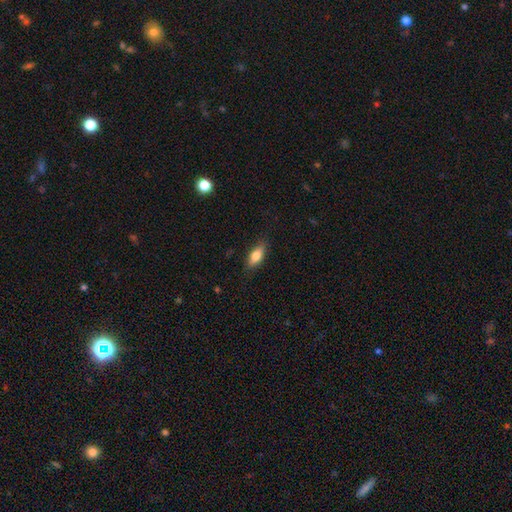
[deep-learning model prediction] Smooth or featured? smooth (72%)
How rounded? in between (73%)
Merging? none (83%)